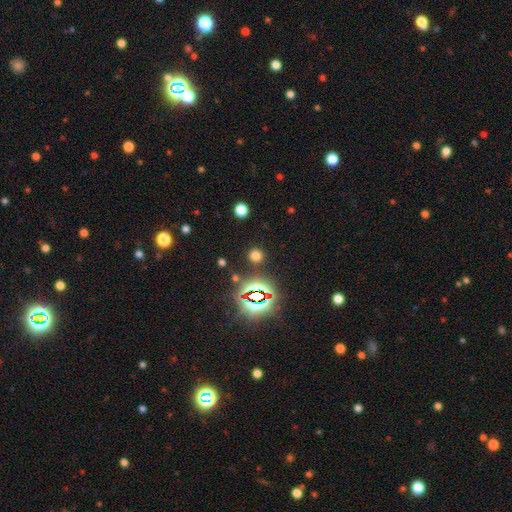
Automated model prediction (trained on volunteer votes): This appears to be a smooth galaxy with no disk features (64%) that is round (92%). Merging: none (89%).